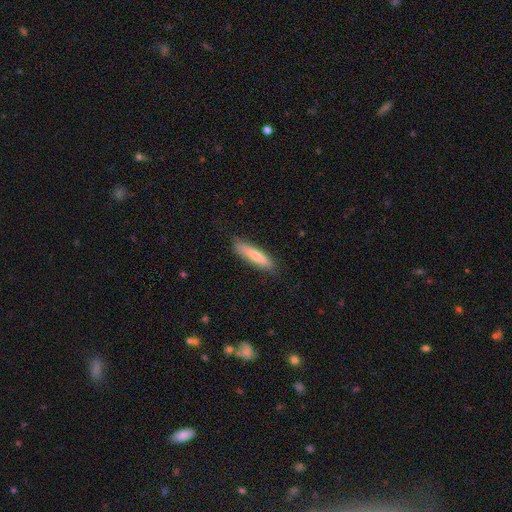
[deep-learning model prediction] Smooth or featured? smooth (76%)
How rounded? cigar-shaped (80%)
Merging? none (79%)